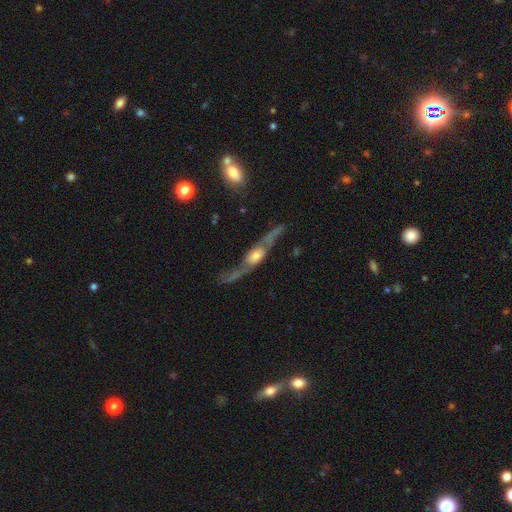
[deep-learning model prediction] A featured or disk galaxy (76%) viewed edge-on (58%). Merging: none (51%).